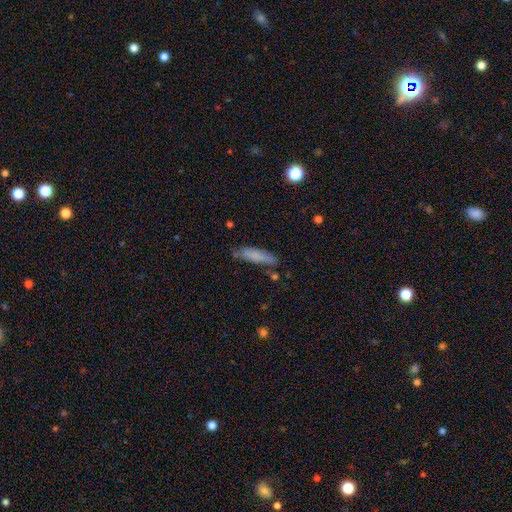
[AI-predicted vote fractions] Smooth or featured: smooth — 78% (featured or disk — 14%)
How rounded: cigar-shaped — 70% (in between — 28%)
Merging: none — 70% (minor disturbance — 20%)